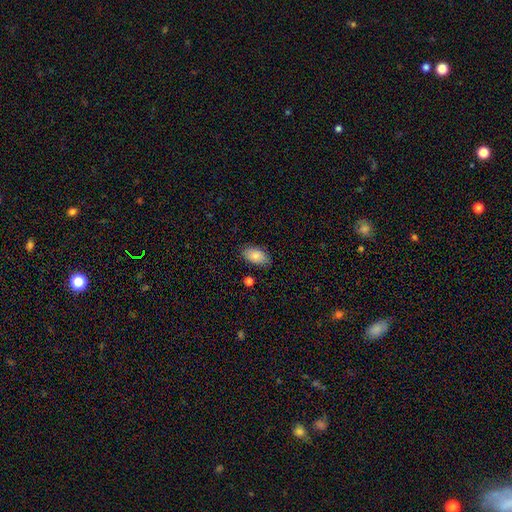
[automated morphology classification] smooth_or_featured: smooth (p=0.85) [alt: featured or disk p=0.08]
how_rounded: in between (p=0.93) [alt: round p=0.05]
merging: none (p=0.81) [alt: minor disturbance p=0.14]